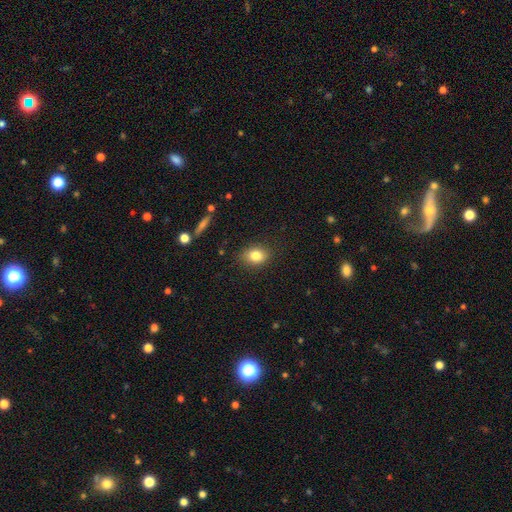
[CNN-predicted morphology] The model was most divided on "how rounded": in between: 65%, round: 34%, cigar-shaped: 2%. More confident: merging — none (84%); smooth or featured — smooth (82%).